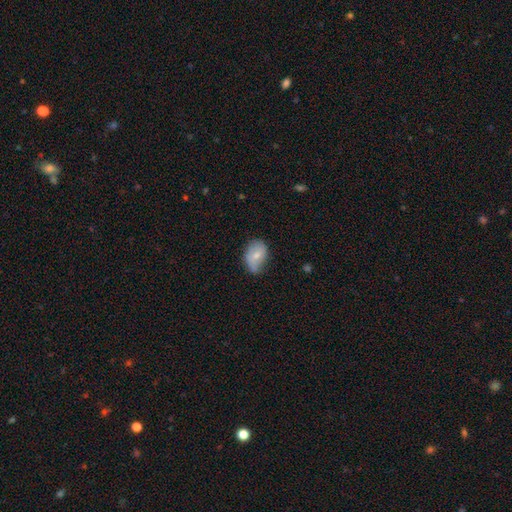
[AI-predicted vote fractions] This is likely a smooth galaxy (64%). How rounded: likely in between (78%). Merging: possibly none (48%).